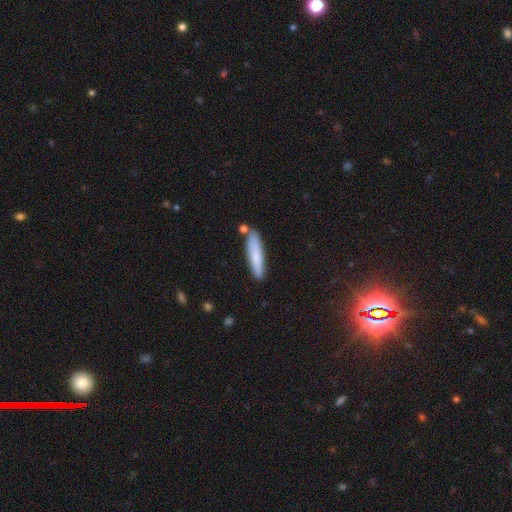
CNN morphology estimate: This is likely a smooth galaxy (77%). How rounded: clearly cigar-shaped (83%). Merging: likely none (80%).